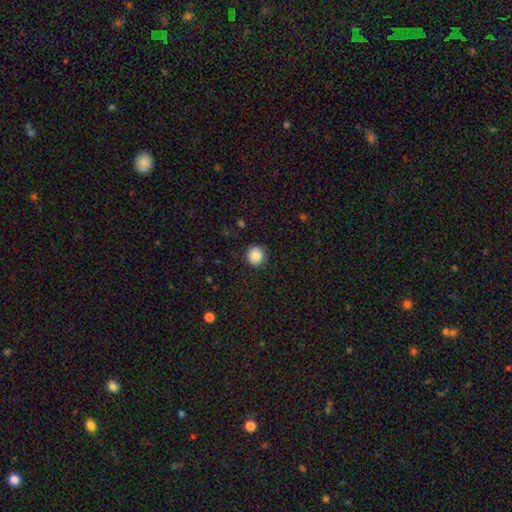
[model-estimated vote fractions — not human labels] Smooth or featured? smooth (85%)
How rounded? round (94%)
Merging? none (92%)